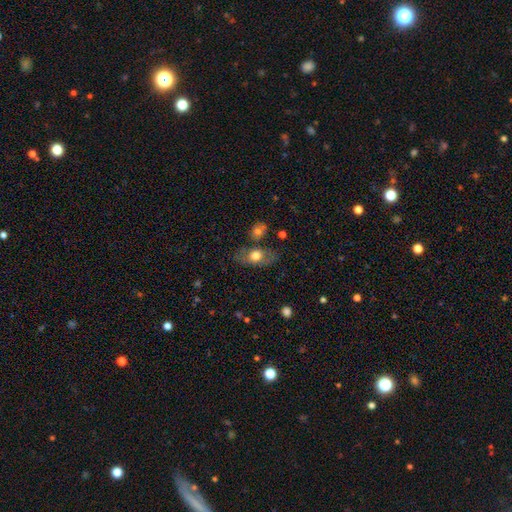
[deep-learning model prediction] This appears to be a smooth galaxy with no disk features (60%) that is in between round and cigar-shaped (77%). Merging: none (68%).